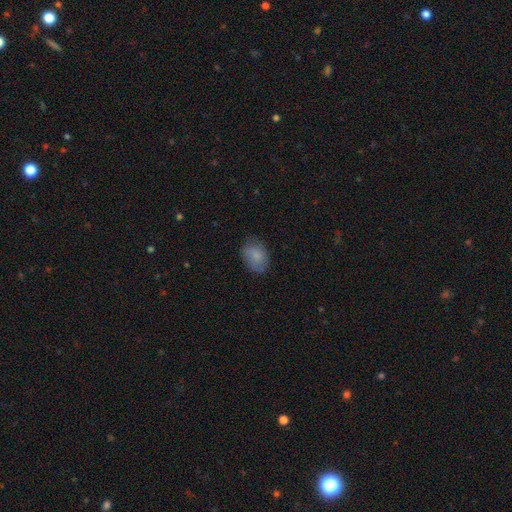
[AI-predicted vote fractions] Morphology: type=smooth (82%); roundness=in between (72%); merging=none (72%).